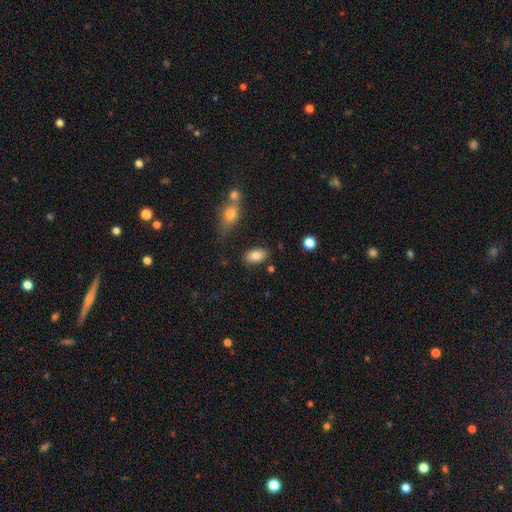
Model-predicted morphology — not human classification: The model was most divided on "merging": none: 80%, minor disturbance: 12%, merger: 5%, major disturbance: 3%. More confident: how rounded — in between (91%); smooth or featured — smooth (81%).